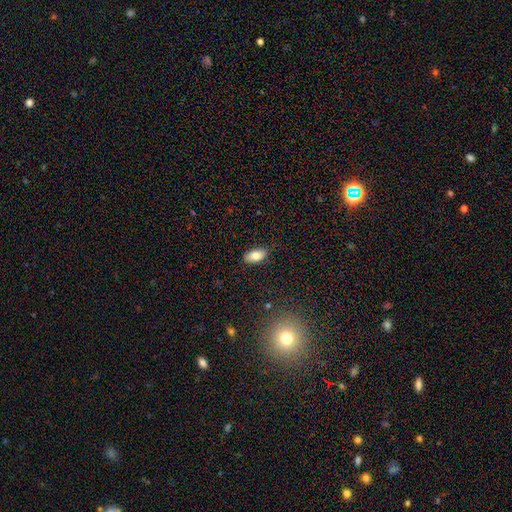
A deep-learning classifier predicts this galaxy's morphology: The model was most divided on "smooth or featured": smooth: 78%, featured or disk: 14%, star or artifact: 8%. More confident: how rounded — in between (90%); merging — none (84%).